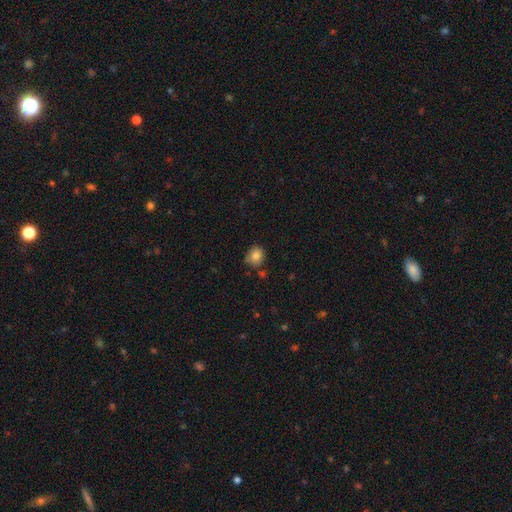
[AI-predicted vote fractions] Smooth or featured: smooth — 83% (star or artifact — 10%)
How rounded: round — 73% (in between — 26%)
Merging: none — 73% (minor disturbance — 19%)